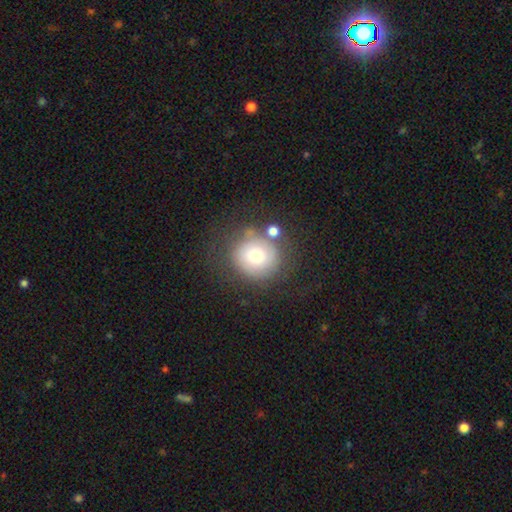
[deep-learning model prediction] A smooth galaxy with no disk features (68%) that is round (88%). Merging: none (67%).